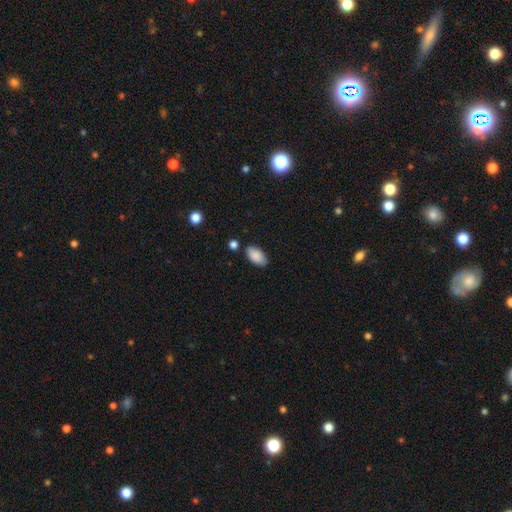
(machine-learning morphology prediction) smooth_or_featured: smooth (p=0.88) [alt: star or artifact p=0.07]
how_rounded: in between (p=0.95) [alt: round p=0.03]
merging: none (p=0.81) [alt: minor disturbance p=0.12]